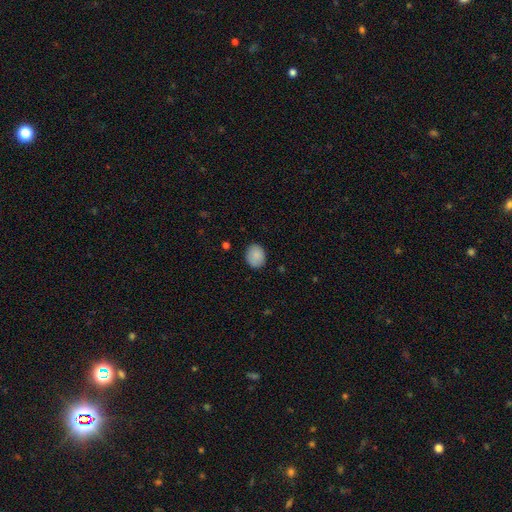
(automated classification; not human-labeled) A smooth galaxy with no disk features (88%) that is round (57%). Merging: none (85%).